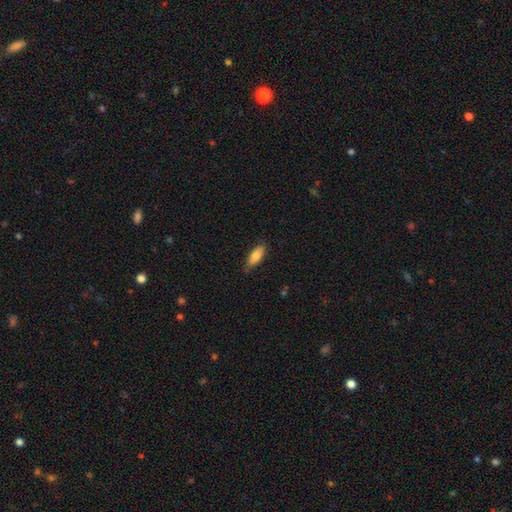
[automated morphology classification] Smooth or featured? Predicted: smooth (p=0.82). How rounded? Predicted: in between (p=0.76). Merging? Predicted: none (p=0.80).